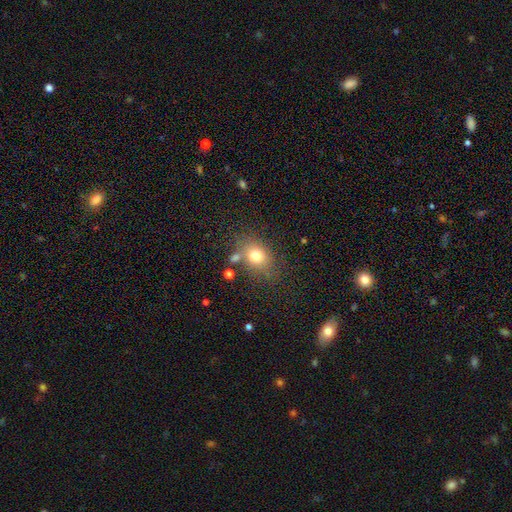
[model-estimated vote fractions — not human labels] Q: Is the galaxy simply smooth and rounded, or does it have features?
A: smooth — 75%.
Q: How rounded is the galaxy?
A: in between — 53%.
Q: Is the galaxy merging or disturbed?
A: none — 69%.